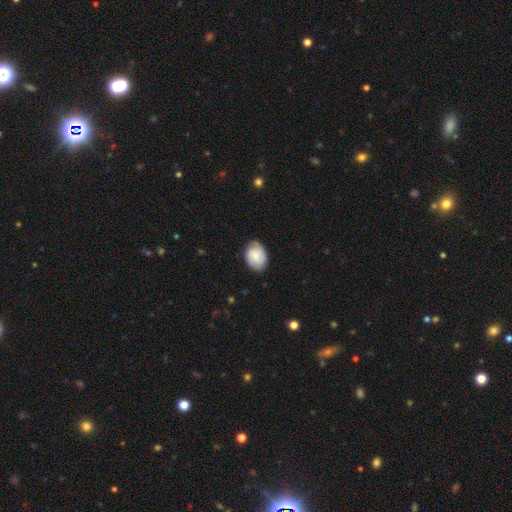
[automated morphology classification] smooth-or-featured: smooth: 58% | featured or disk: 35% | star or artifact: 7%
  how-rounded: in between: 73% | round: 26% | cigar-shaped: 1%
  merging: none: 78% | minor disturbance: 18% | major disturbance: 3% | merger: 1%